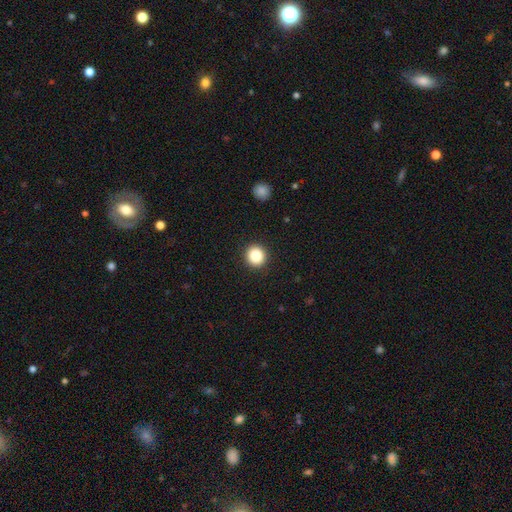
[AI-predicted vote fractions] The model was most divided on "smooth or featured": smooth: 85%, star or artifact: 10%, featured or disk: 5%. More confident: how rounded — round (93%); merging — none (93%).